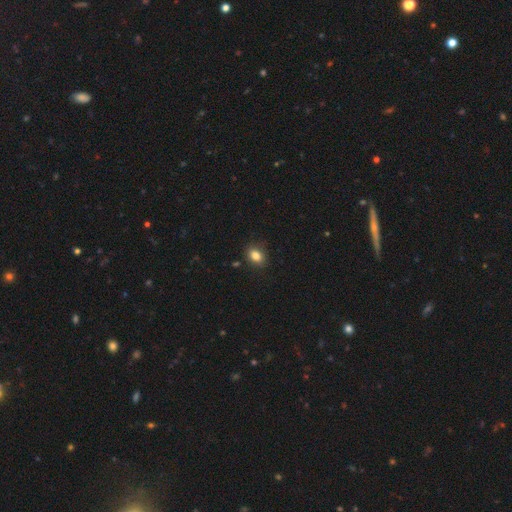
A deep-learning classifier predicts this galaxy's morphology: The model was most divided on "how rounded": in between: 65%, round: 33%, cigar-shaped: 1%. More confident: merging — none (85%); smooth or featured — smooth (83%).